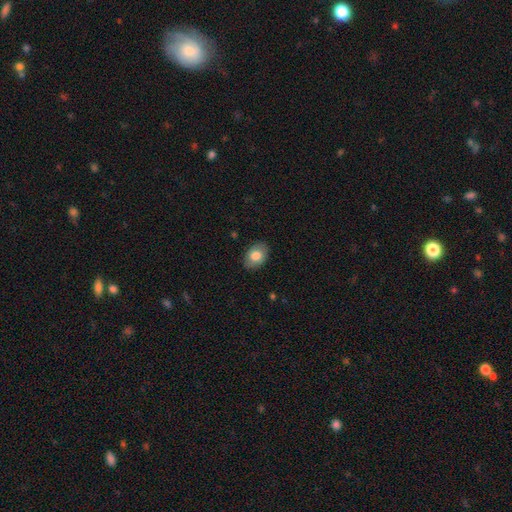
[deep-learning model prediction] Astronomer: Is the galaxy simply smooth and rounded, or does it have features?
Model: smooth — 79%.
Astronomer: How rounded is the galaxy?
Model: in between — 78%.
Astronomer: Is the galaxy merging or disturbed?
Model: none — 86%.